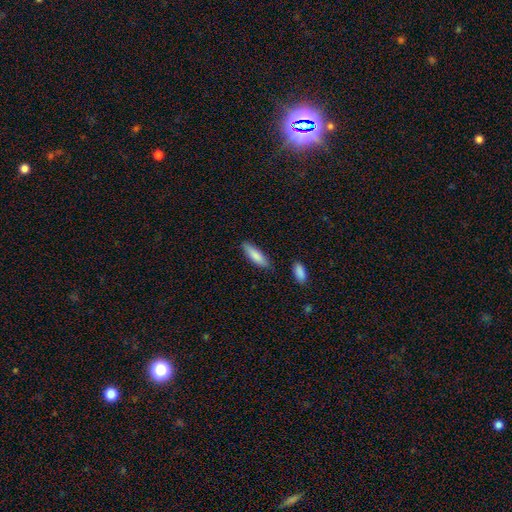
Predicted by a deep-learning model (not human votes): This is clearly a smooth galaxy (84%). How rounded: likely cigar-shaped (60%). Merging: clearly none (82%).